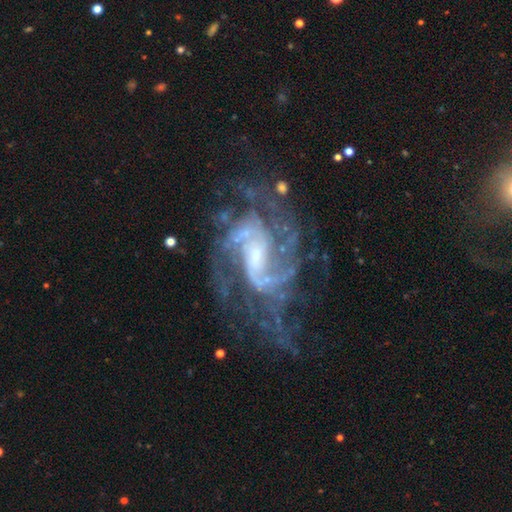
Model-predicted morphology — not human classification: type=featured or disk (90%); edge-on=no (97%); bar=weak (46%); spiral arms=yes (96%); winding=medium (51%); arm count=2 (45%); bulge=small (51%); merging=none (58%).